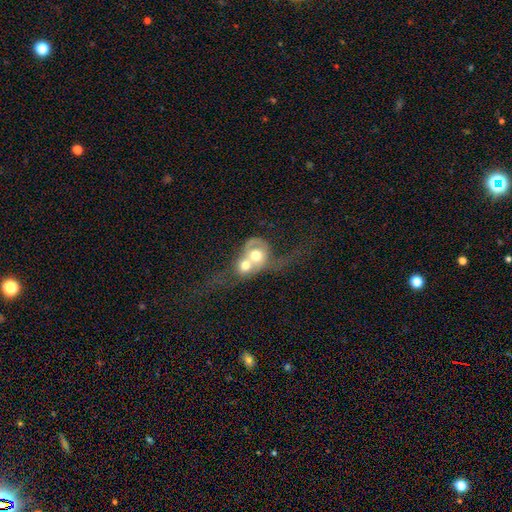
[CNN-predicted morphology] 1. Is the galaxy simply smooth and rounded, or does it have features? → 46% featured or disk (tied), 46% smooth (tied), 8% star or artifact.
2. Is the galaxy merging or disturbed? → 82% merger, 8% major disturbance, 7% none, 3% minor disturbance.